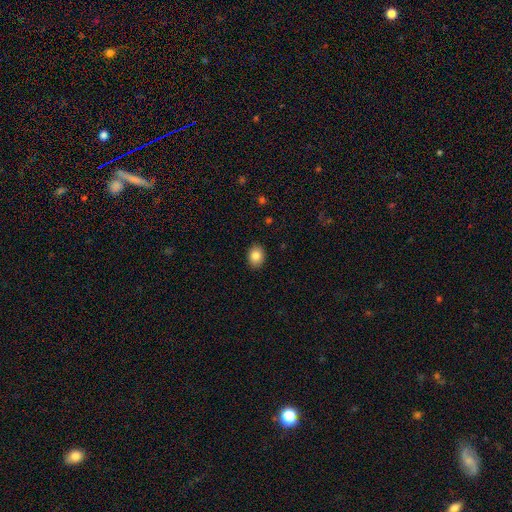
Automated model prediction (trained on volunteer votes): A smooth galaxy with no disk features (85%) that is in between round and cigar-shaped (62%). Merging: none (89%).